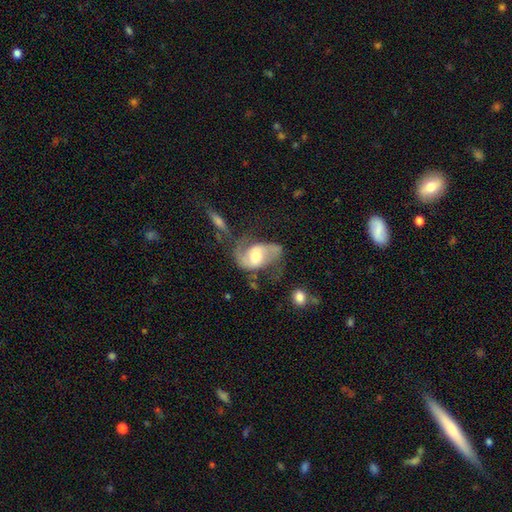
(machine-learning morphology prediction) smooth-or-featured: featured or disk: 81% | smooth: 13% | star or artifact: 6%
  disk-edge-on: no: 97% | yes: 3%
    bar: weak: 47% | no: 32% | strong: 21%
    has-spiral-arms: yes: 92% | no: 8%
      spiral-winding: loose: 48% | medium: 42% | tight: 10%
      spiral-arm-count: 2: 87% | 1: 5% | can't tell: 5% | 3: 1% | 4: 1% | more than 4: 1%
    bulge-size: moderate: 58% | small: 19% | large: 18% | none: 3% | dominant: 2%
  merging: none: 43% | major disturbance: 25% | minor disturbance: 21% | merger: 11%